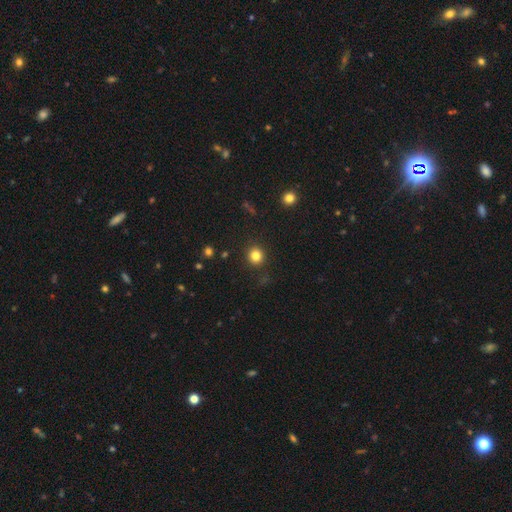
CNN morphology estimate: smooth 82%, star or artifact 12%, featured or disk 5%. Down the decision tree: how rounded — round (89%); merging — none (89%).